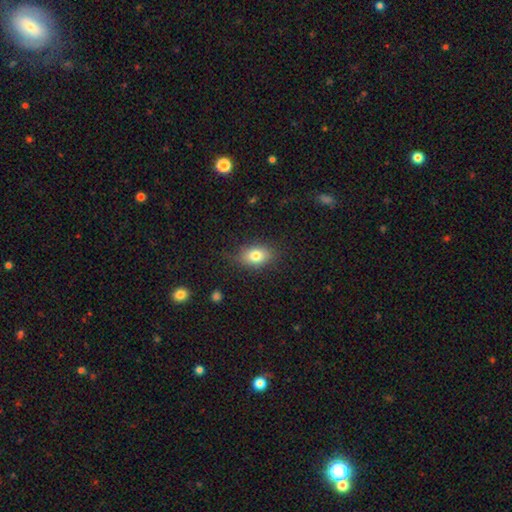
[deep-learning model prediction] smooth 80%, featured or disk 11%, star or artifact 9%. Down the decision tree: how rounded — in between (81%); merging — none (77%).